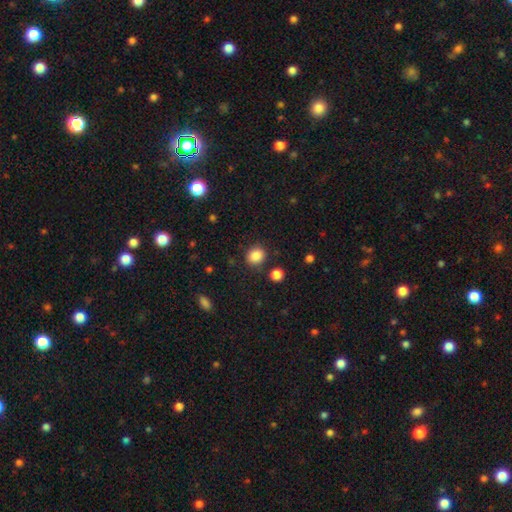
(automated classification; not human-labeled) Overall: smooth (86%). How rounded: round (71%). Merging: none (85%).